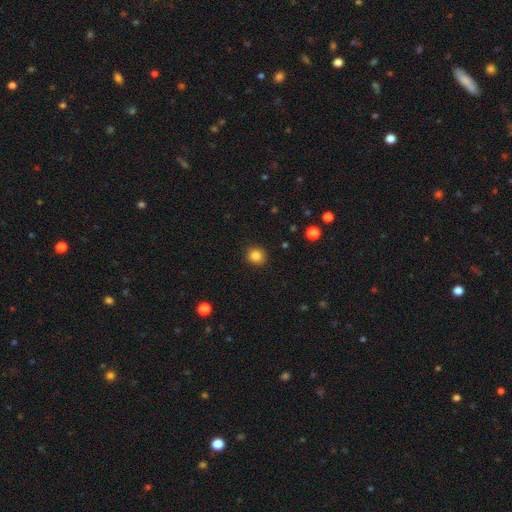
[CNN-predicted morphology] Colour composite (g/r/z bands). It shows a smooth galaxy with no disk features (84%) that is round (86%). Merging: none (90%).